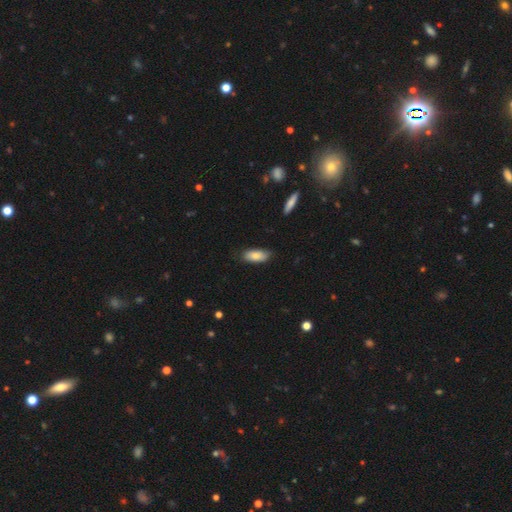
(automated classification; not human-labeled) This is clearly a smooth galaxy (81%). How rounded: clearly in between (86%). Merging: likely none (79%).